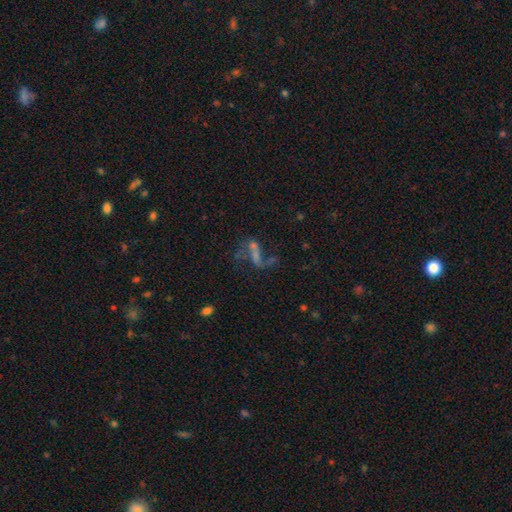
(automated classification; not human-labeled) This appears to be a featured or disk galaxy (50%). Merging: none (34%).